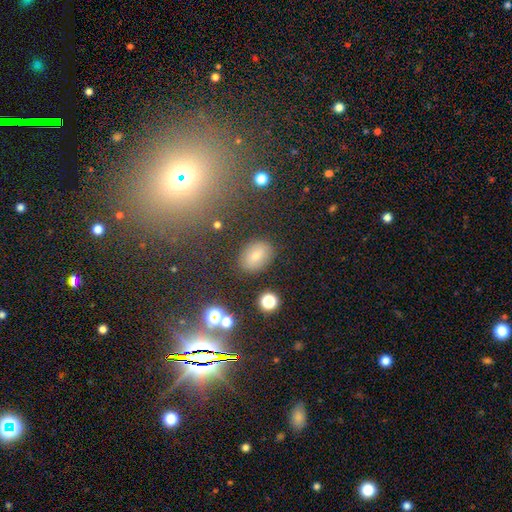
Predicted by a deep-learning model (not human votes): A smooth galaxy with no disk features (73%) that is in between round and cigar-shaped (81%). Merging: none (84%).